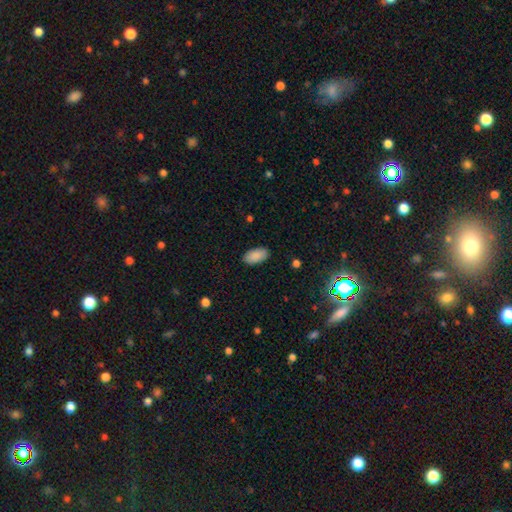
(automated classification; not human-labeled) A smooth galaxy with no disk features (89%) that is in between round and cigar-shaped (95%). Merging: none (88%).